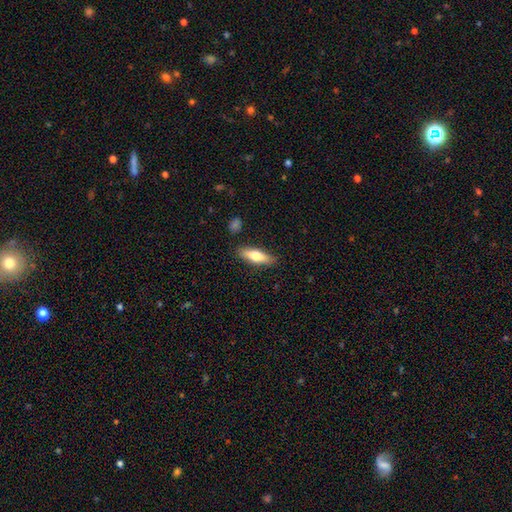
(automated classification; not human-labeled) Q: Smooth or featured?
A: smooth (68%); runner-up: featured or disk (26%)
Q: How rounded?
A: cigar-shaped (49%); tied with: in between (49%)
Q: Merging?
A: none (85%); runner-up: minor disturbance (11%)